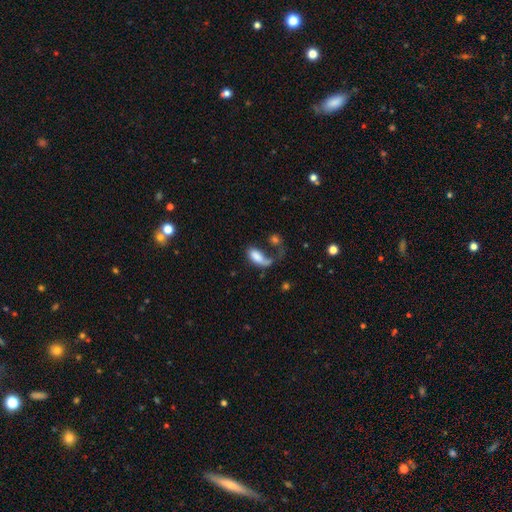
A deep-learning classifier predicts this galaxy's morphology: smooth-or-featured: smooth: 69% | featured or disk: 22% | star or artifact: 9%
  how-rounded: in between: 88% | cigar-shaped: 7% | round: 5%
  merging: major disturbance: 44% | none: 25% | merger: 17% | minor disturbance: 15%